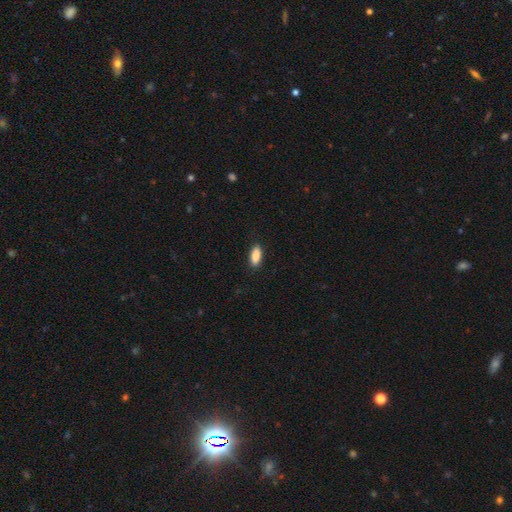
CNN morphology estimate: Smooth or featured? smooth (88%)
How rounded? in between (81%)
Merging? none (89%)